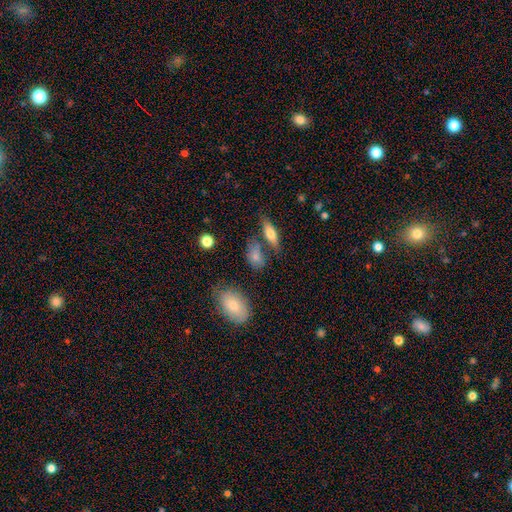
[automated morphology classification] Smooth or featured? smooth (76%)
How rounded? in between (77%)
Merging? none (56%)